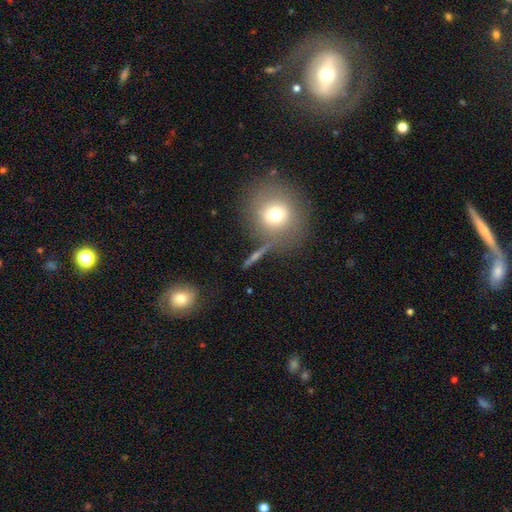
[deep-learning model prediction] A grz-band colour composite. It shows a smooth galaxy with no disk features (49%). Merging: none (71%).